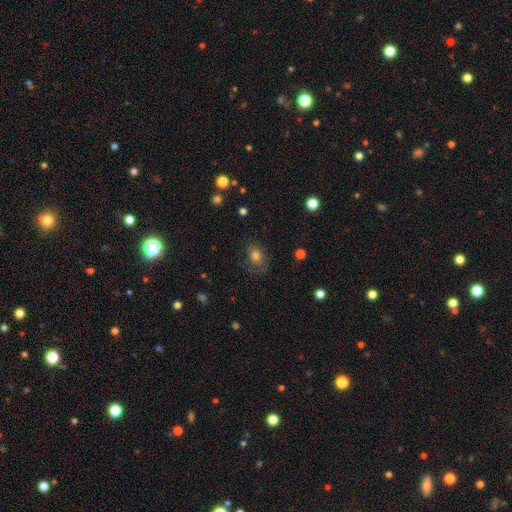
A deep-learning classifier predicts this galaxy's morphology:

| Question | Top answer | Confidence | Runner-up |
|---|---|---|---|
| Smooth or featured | smooth | 67% | featured or disk (20%) |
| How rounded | in between | 67% | round (31%) |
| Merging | none | 69% | minor disturbance (20%) |